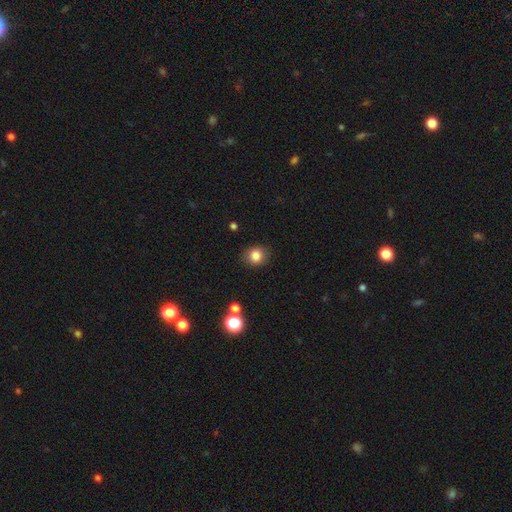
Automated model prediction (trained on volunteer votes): The model was most divided on "how rounded": round: 73%, in between: 26%, cigar-shaped: 1%. More confident: merging — none (87%); smooth or featured — smooth (82%).